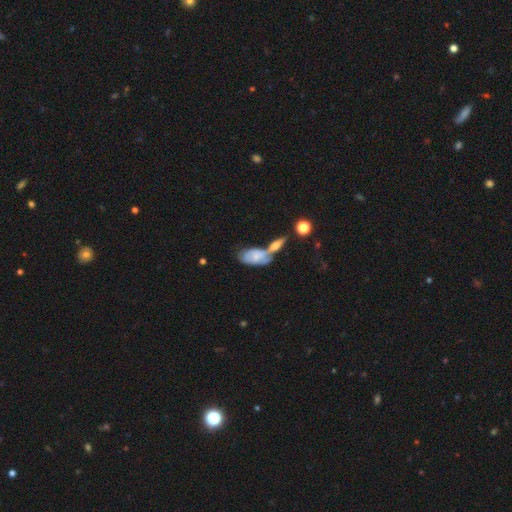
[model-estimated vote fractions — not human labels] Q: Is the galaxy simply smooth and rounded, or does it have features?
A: smooth — 52%.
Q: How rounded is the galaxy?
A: in between — 89%.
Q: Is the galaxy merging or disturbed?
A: merger — 53%.